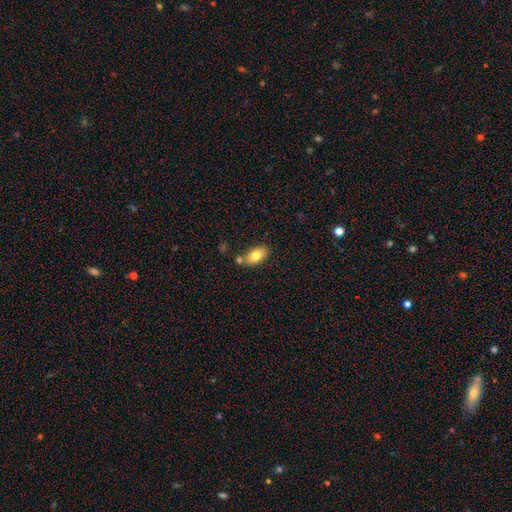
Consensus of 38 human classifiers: Smooth or featured? 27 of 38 (71%) said smooth. How rounded? 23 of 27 (85%) said in between. Merging? 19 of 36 (53%) said none.